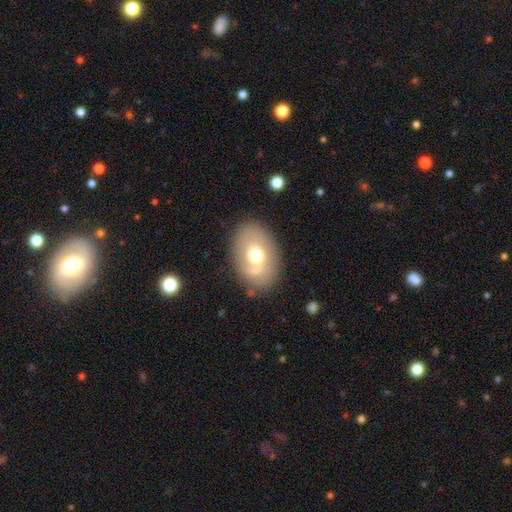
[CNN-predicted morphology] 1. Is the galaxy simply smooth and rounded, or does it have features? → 56% smooth, 35% featured or disk, 8% star or artifact.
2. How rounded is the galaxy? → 79% in between, 20% round, 1% cigar-shaped.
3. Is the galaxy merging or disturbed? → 73% none, 17% minor disturbance, 6% major disturbance, 4% merger.